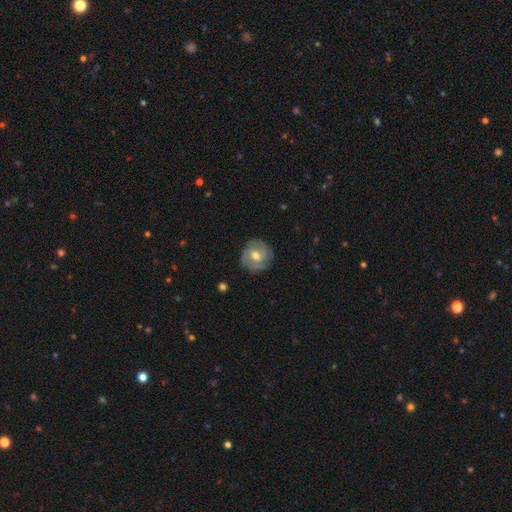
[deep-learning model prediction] Smooth or featured: featured or disk — 53% (smooth — 40%)
Edge-on disk: no — 96% (yes — 4%)
Bar: no — 48% (weak — 41%)
Spiral arms: yes — 67% (no — 33%)
Bulge size: moderate — 73% (small — 20%)
Merging: none — 81% (minor disturbance — 14%)